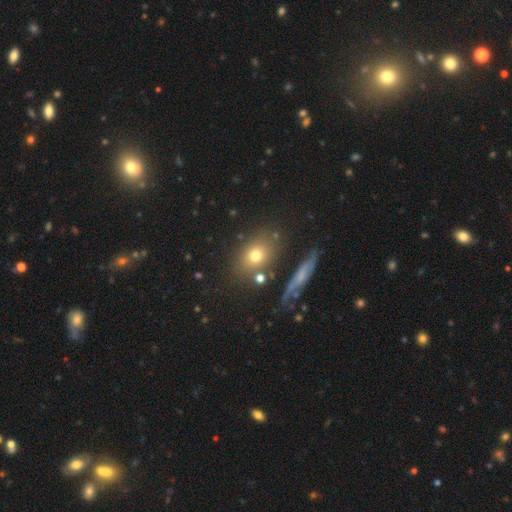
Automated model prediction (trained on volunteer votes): Smooth or featured?
  - smooth: 70% *
  - featured or disk: 17%
  - star or artifact: 13%
How rounded?
  - in between: 57% *
  - round: 38%
  - cigar-shaped: 5%
Merging?
  - none: 73% *
  - minor disturbance: 13%
  - merger: 9%
  - major disturbance: 5%